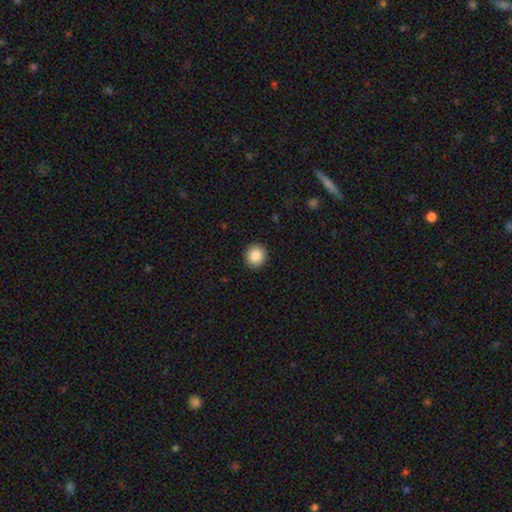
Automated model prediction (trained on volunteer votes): Smooth or featured? Predicted: smooth (p=0.88). How rounded? Predicted: round (p=0.92). Merging? Predicted: none (p=0.92).